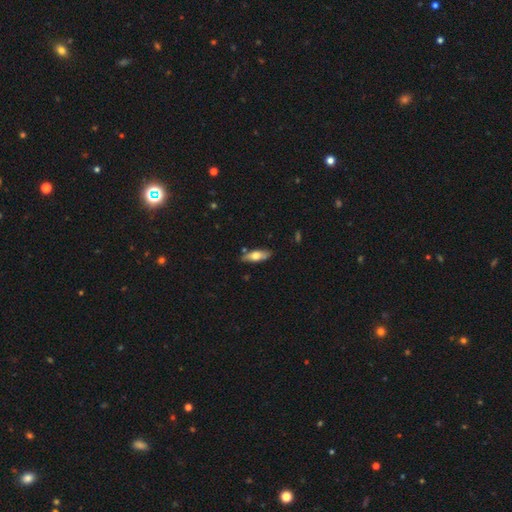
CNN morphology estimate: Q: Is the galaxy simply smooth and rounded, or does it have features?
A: smooth — 59%.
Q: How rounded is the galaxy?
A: in between — 61%.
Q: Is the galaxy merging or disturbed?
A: none — 82%.